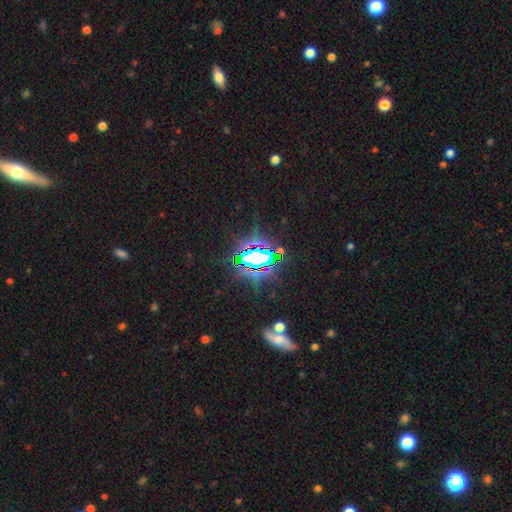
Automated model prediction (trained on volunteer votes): Smooth or featured? Predicted: star or artifact (p=0.78).